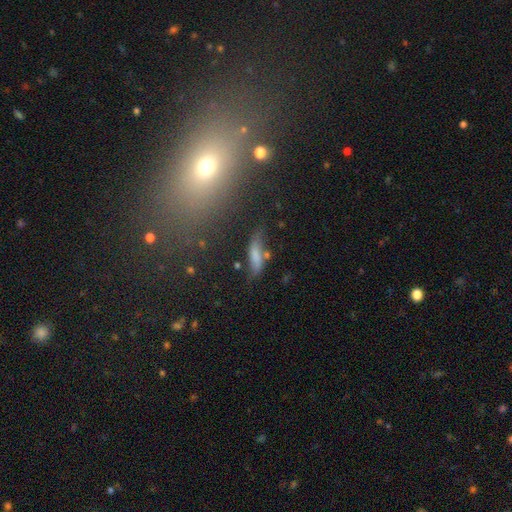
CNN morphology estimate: This appears to be a smooth galaxy with no disk features (67%) that is cigar-shaped (59%). Merging: none (51%).